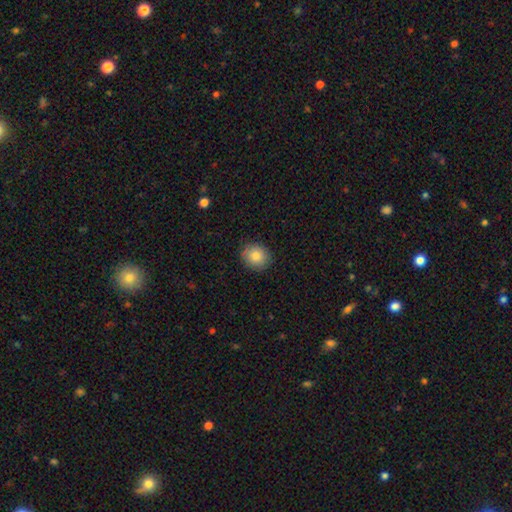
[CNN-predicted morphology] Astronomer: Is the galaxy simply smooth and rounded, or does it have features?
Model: smooth — 83%.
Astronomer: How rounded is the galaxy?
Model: round — 77%.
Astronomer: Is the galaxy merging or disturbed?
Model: none — 87%.